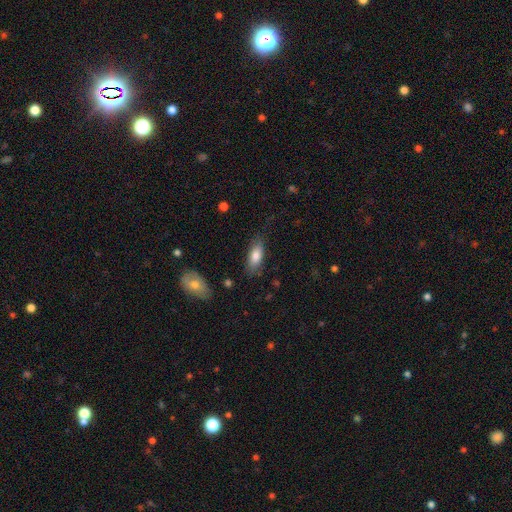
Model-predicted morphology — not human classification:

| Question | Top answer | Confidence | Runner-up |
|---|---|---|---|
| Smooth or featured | smooth | 79% | featured or disk (15%) |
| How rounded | in between | 78% | cigar-shaped (20%) |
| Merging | none | 75% | minor disturbance (19%) |